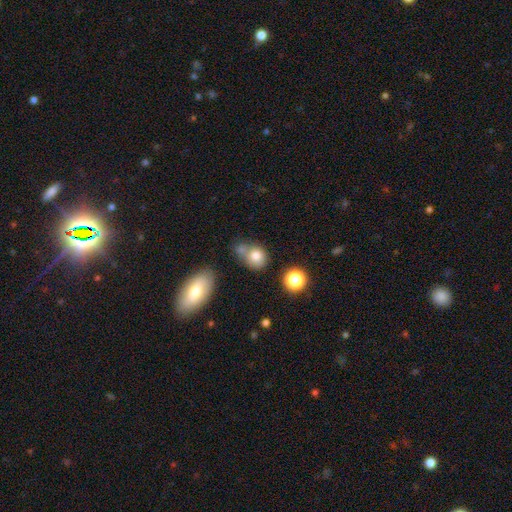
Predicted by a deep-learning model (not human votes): Overall: smooth (77%). How rounded: round (57%; in between 42%). Merging: none (43%; merger 32%).